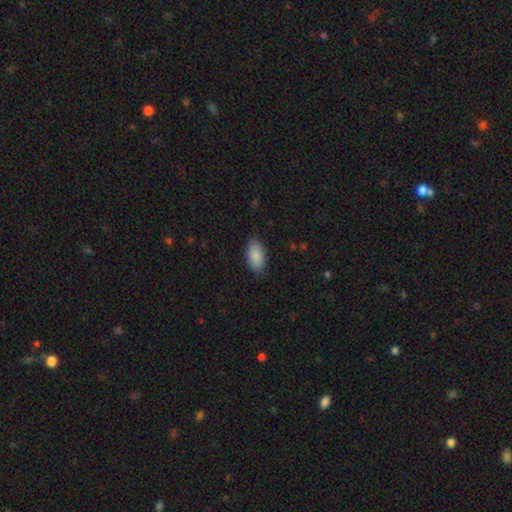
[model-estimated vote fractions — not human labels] Morphology: type=smooth (89%); roundness=in between (95%); merging=none (86%).